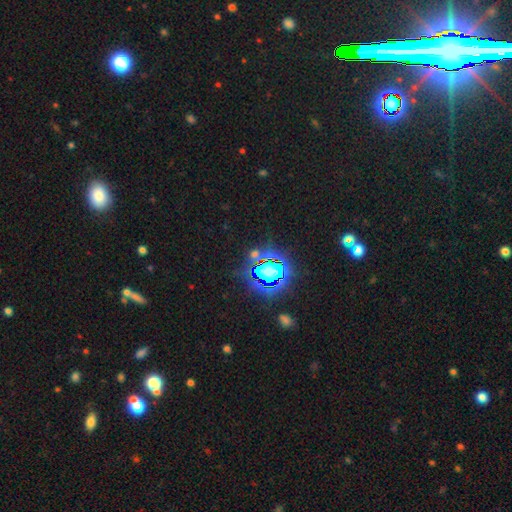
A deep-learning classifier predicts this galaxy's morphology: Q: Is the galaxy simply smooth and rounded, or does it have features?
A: star or artifact — 77%.